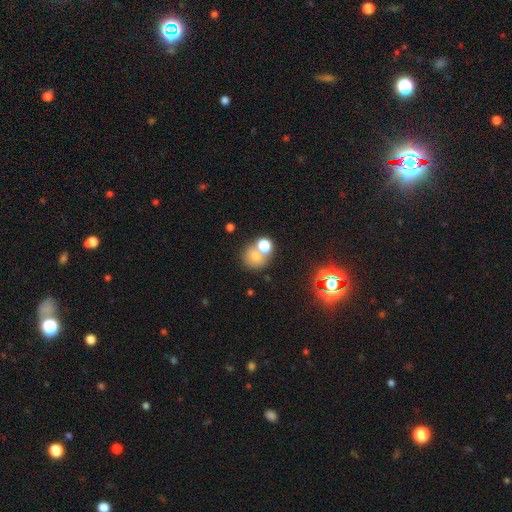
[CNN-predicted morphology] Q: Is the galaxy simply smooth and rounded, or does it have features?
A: smooth — 69%.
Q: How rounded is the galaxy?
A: round — 77%.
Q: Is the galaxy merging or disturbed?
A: none — 46%.